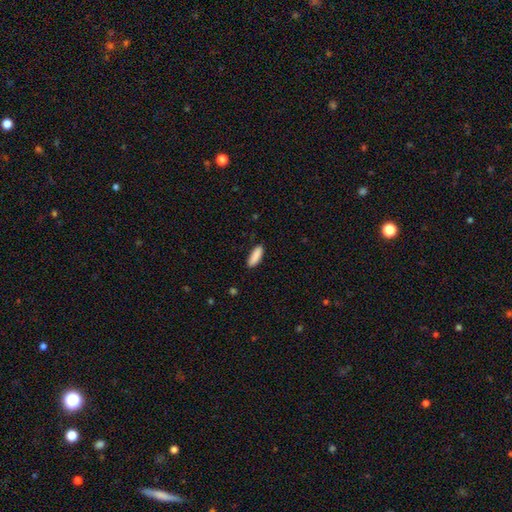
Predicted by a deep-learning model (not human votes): Smooth or featured? smooth (89%)
How rounded? in between (55%)
Merging? none (85%)